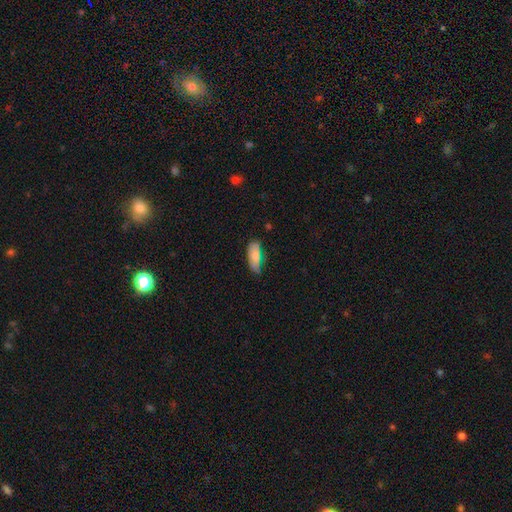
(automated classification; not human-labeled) Smooth or featured? smooth (79%)
How rounded? in between (77%)
Merging? none (60%)